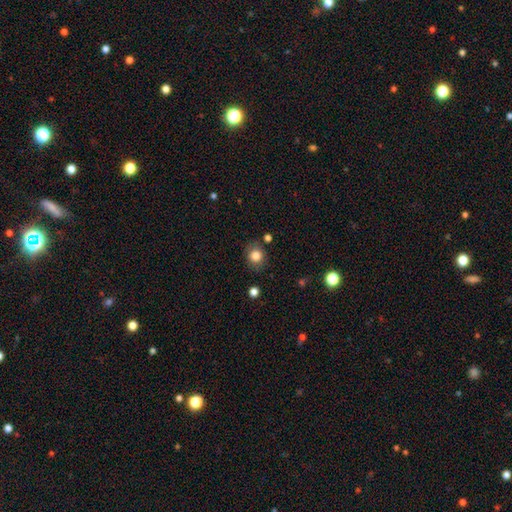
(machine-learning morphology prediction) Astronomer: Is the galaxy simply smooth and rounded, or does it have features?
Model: smooth — 82%.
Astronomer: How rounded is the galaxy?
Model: round — 77%.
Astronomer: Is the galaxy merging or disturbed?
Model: none — 82%.